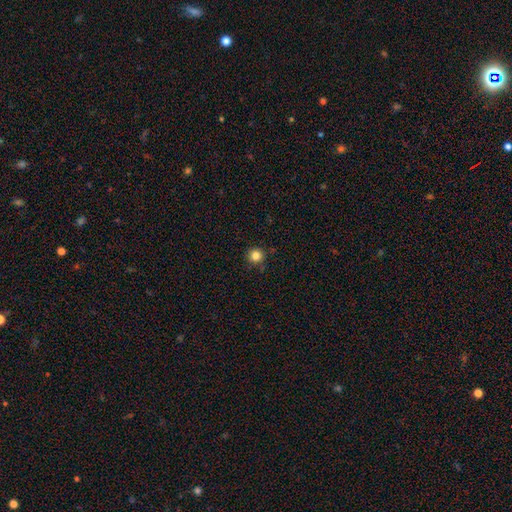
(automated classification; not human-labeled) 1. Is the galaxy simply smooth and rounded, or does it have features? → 84% smooth, 12% star or artifact, 4% featured or disk.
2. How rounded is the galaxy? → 94% round, 5% in between, 1% cigar-shaped.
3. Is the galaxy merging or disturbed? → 89% none, 7% minor disturbance, 2% merger, 2% major disturbance.